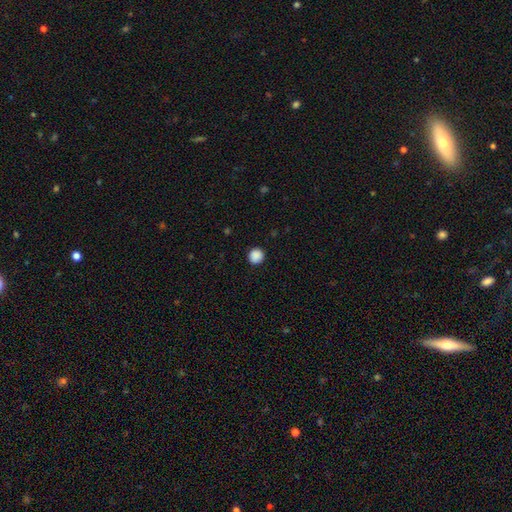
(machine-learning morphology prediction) Smooth or featured: smooth — 89% (star or artifact — 9%)
How rounded: round — 95% (in between — 4%)
Merging: none — 92% (minor disturbance — 5%)